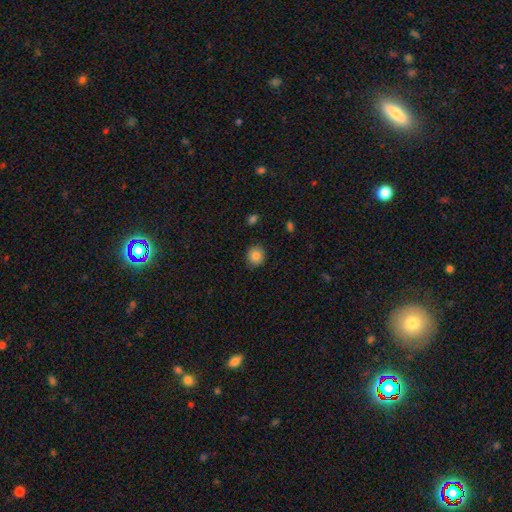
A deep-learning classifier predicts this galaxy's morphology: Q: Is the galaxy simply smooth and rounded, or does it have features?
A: smooth — 85%.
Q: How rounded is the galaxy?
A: round — 83%.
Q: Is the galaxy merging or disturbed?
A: none — 87%.